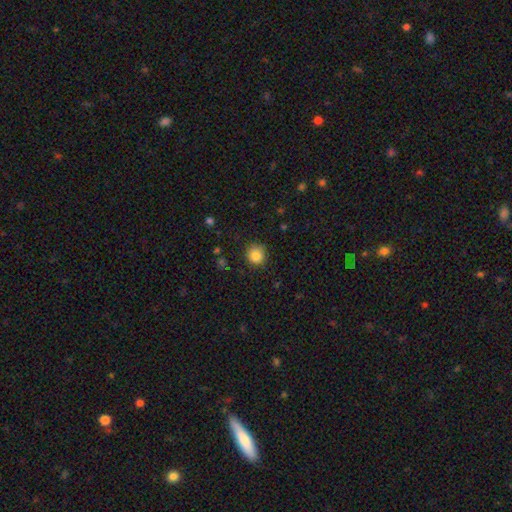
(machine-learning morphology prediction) Smooth or featured: smooth — 85% (star or artifact — 10%)
How rounded: round — 91% (in between — 8%)
Merging: none — 83% (minor disturbance — 13%)